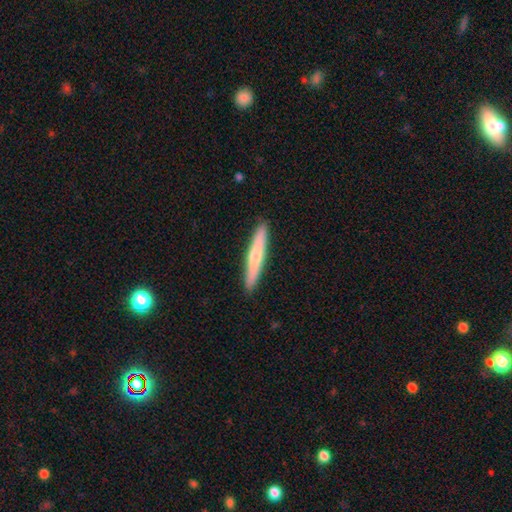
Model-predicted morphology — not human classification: This is possibly a smooth galaxy (56%). How rounded: clearly cigar-shaped (94%). Merging: clearly none (91%).